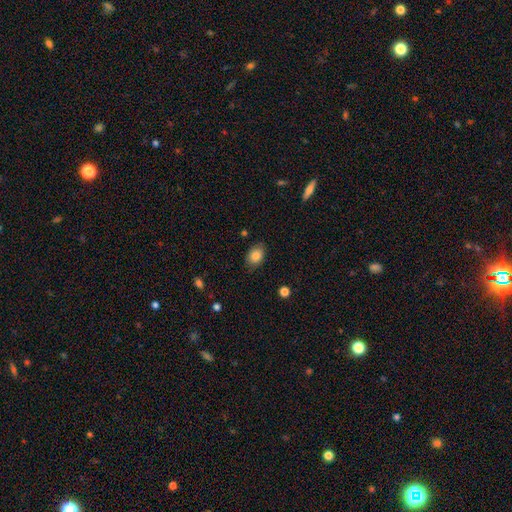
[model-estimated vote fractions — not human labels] Morphology: type=smooth (84%); roundness=in between (74%); merging=none (79%).